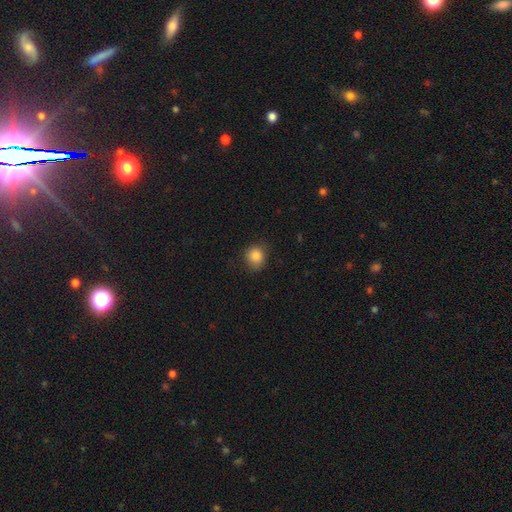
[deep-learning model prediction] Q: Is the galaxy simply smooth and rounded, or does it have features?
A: smooth — 85%.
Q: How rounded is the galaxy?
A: round — 80%.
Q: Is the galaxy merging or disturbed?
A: none — 79%.